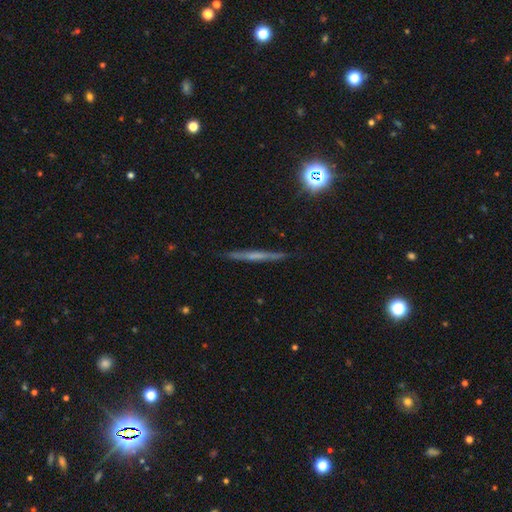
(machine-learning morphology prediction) Smooth or featured? Predicted: featured or disk (p=0.53). Edge-on disk? Predicted: yes (p=0.96). Edge-on bulge? Predicted: none (p=0.73). Merging? Predicted: none (p=0.89).